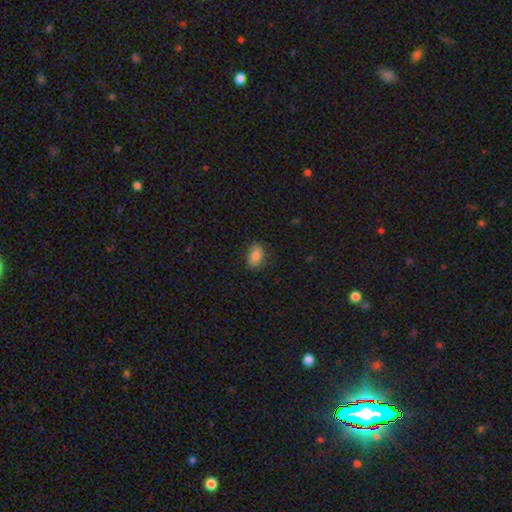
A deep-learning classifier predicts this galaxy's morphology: smooth_or_featured: smooth (p=0.84) [alt: star or artifact p=0.09]
how_rounded: in between (p=0.87) [alt: round p=0.11]
merging: none (p=0.82) [alt: minor disturbance p=0.14]